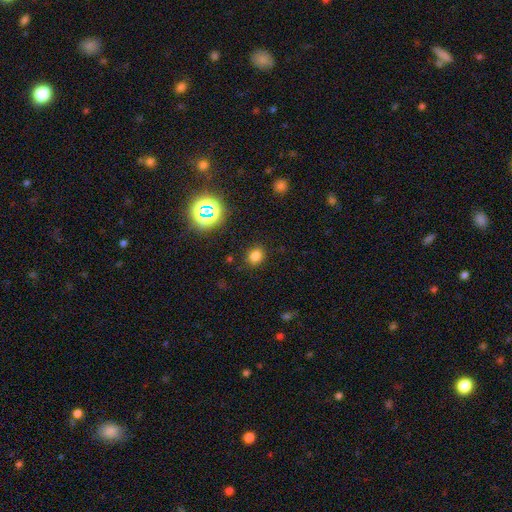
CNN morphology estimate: smooth 77%, star or artifact 18%, featured or disk 5%. Down the decision tree: how rounded — round (58%); merging — none (87%).